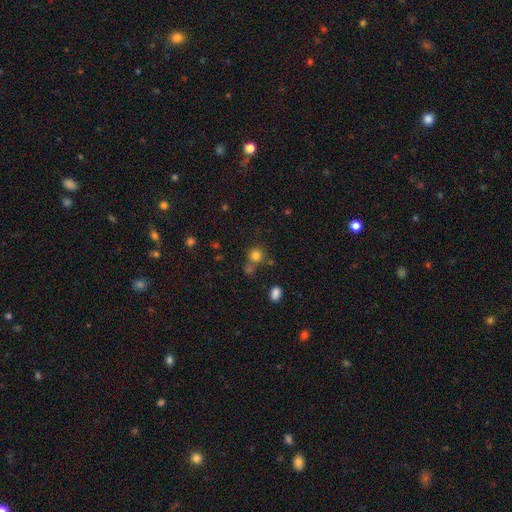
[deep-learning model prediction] Morphology: type=smooth (79%); roundness=round (86%); merging=none (62%).